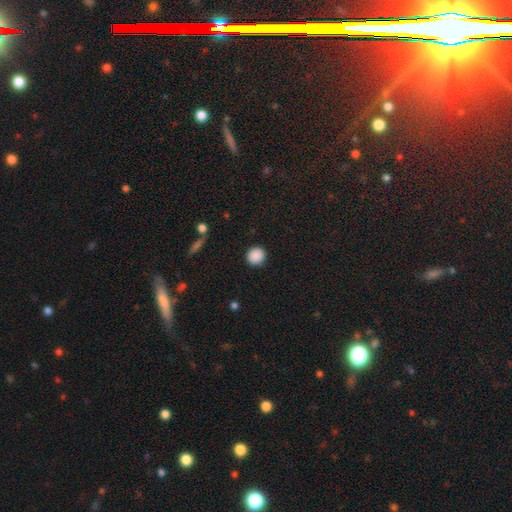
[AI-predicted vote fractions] The model was most divided on "smooth or featured": smooth: 89%, star or artifact: 9%, featured or disk: 3%. More confident: merging — none (90%); how rounded — round (90%).